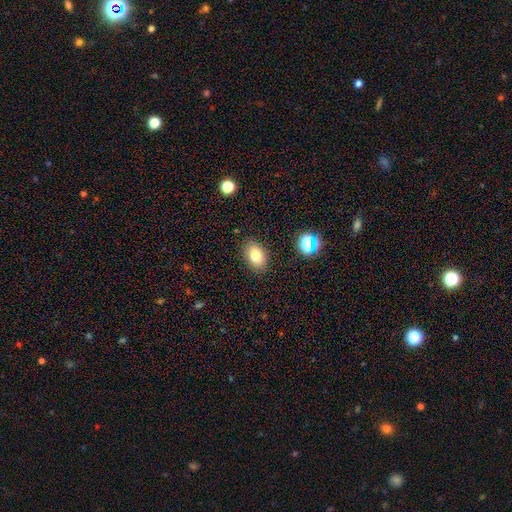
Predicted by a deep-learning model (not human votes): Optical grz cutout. It shows a smooth galaxy with no disk features (78%) that is in between round and cigar-shaped (86%). Merging: none (85%).